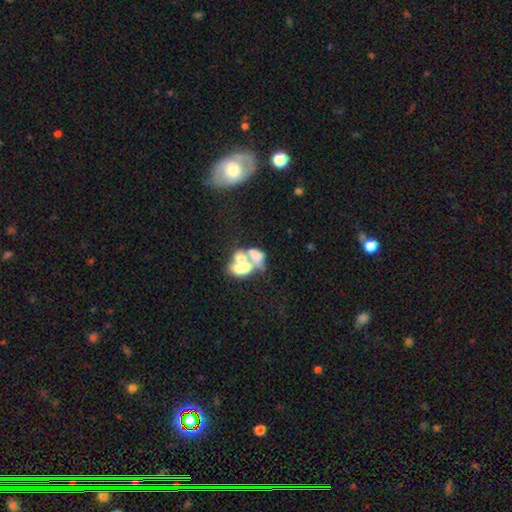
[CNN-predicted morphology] Q: Smooth or featured?
A: featured or disk (46%); runner-up: smooth (41%)
Q: Merging?
A: merger (71%); runner-up: none (12%)